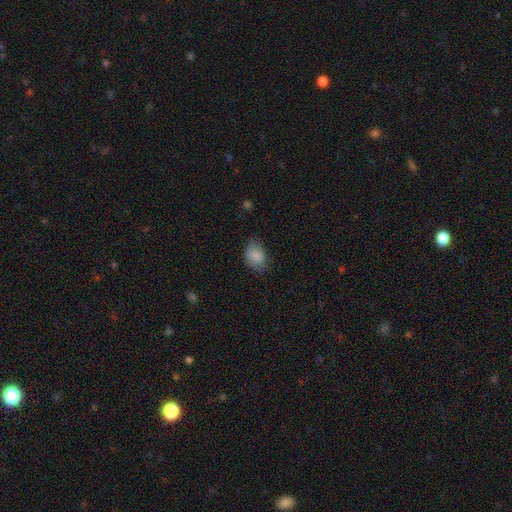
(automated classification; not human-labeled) A smooth galaxy with no disk features (84%) that is in between round and cigar-shaped (73%).

Vote fractions:
- Smooth or featured? smooth: 84% / featured or disk: 8% / star or artifact: 8%
- How rounded? in between: 73% / round: 26% / cigar-shaped: 1%
- Merging? none: 68% / minor disturbance: 24% / major disturbance: 6% / merger: 1%